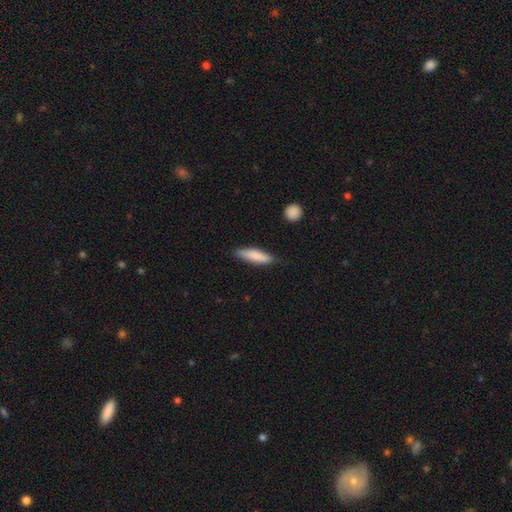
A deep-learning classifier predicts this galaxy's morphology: Smooth or featured? Predicted: smooth (p=0.82). How rounded? Predicted: cigar-shaped (p=0.71). Merging? Predicted: none (p=0.80).